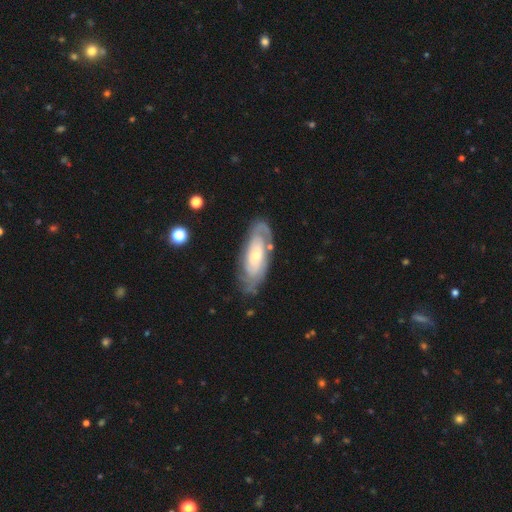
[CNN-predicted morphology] The model was most divided on "spiral arm count": can't tell: 45%, 2: 35%, 3: 7%, 1: 6%, 4: 4%, more than 4: 3%. More confident: edge-on disk — no (91%); spiral arms — yes (88%); smooth or featured — featured or disk (77%); bar — no (75%); merging — none (71%); bulge size — small (68%); spiral winding — tight (67%).